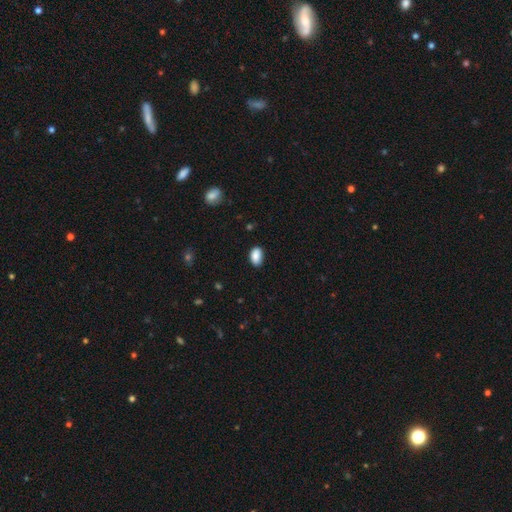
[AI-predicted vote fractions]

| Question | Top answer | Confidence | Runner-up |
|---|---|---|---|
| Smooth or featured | smooth | 89% | star or artifact (8%) |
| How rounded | in between | 91% | round (7%) |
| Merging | none | 82% | minor disturbance (15%) |